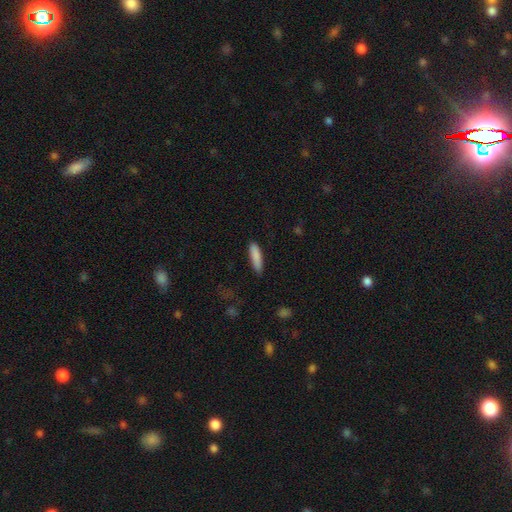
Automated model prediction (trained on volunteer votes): Smooth or featured? Predicted: smooth (p=0.87). How rounded? Predicted: cigar-shaped (p=0.75). Merging? Predicted: none (p=0.85).